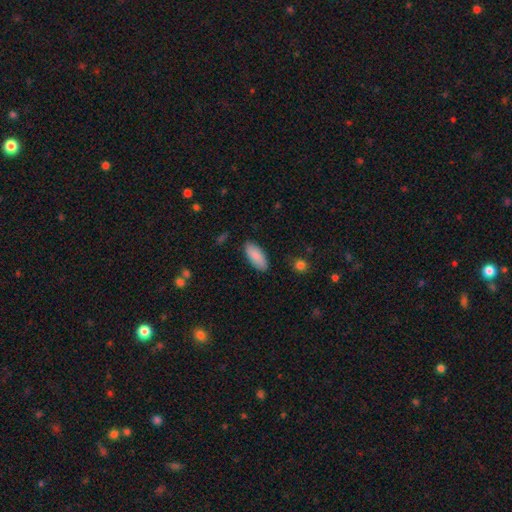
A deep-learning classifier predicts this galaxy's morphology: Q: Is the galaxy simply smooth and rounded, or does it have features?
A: smooth — 89%.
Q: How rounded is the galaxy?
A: in between — 83%.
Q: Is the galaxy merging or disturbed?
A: none — 87%.